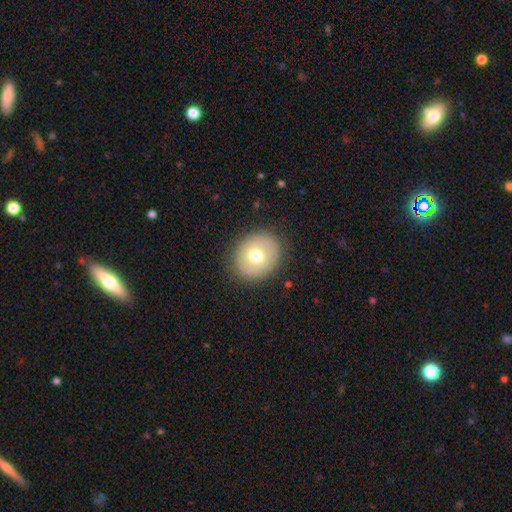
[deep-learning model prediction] Q: Smooth or featured?
A: smooth (68%); runner-up: featured or disk (22%)
Q: How rounded?
A: round (74%); runner-up: in between (25%)
Q: Merging?
A: none (87%); runner-up: minor disturbance (9%)